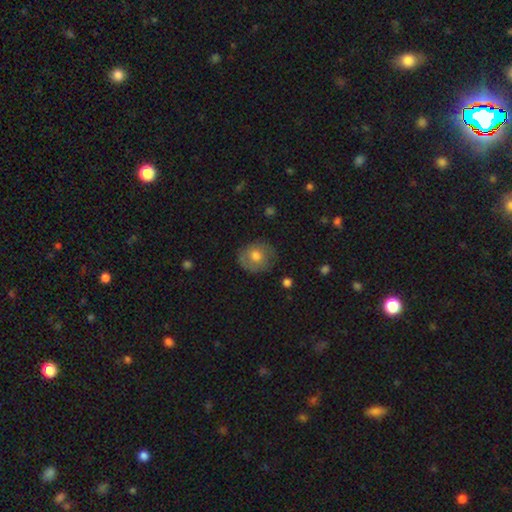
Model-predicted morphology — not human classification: A smooth galaxy with no disk features (65%) that is round (76%). Merging: none (77%).